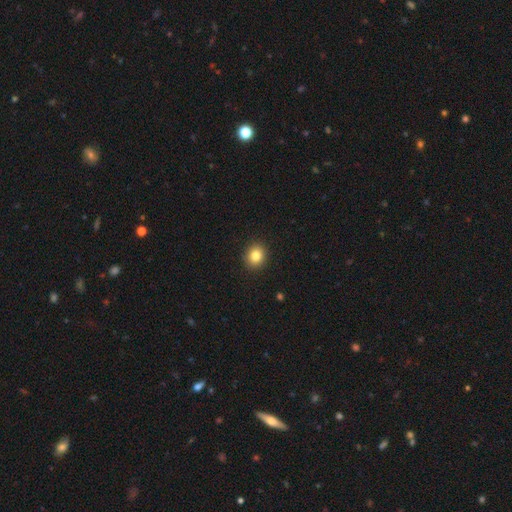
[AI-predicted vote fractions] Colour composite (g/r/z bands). It shows a smooth galaxy with no disk features (83%) that is round (74%). Merging: none (92%).